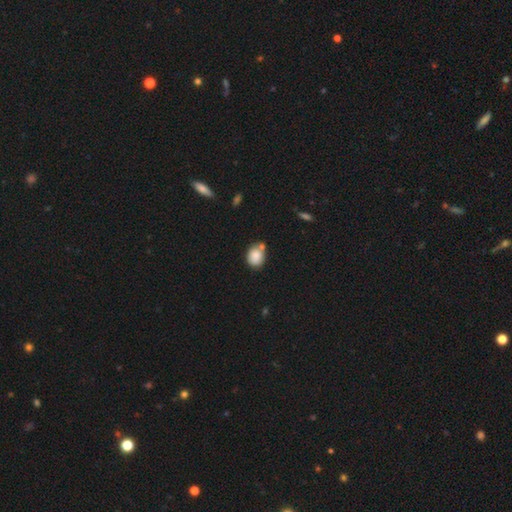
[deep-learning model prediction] Morphology: type=smooth (85%); roundness=in between (52%); merging=none (51%).